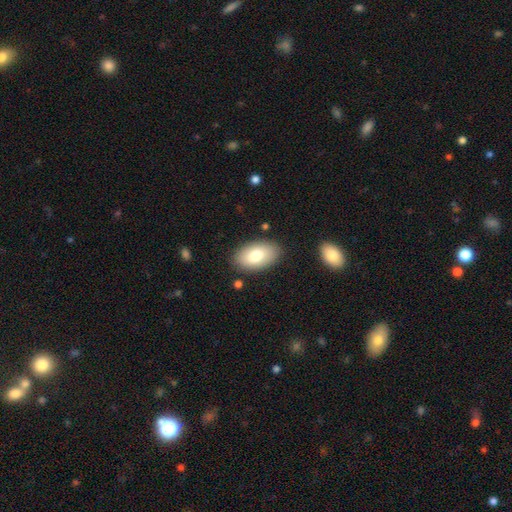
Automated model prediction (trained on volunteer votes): Smooth or featured: smooth — 78% (featured or disk — 15%)
How rounded: in between — 94% (round — 5%)
Merging: none — 86% (minor disturbance — 10%)